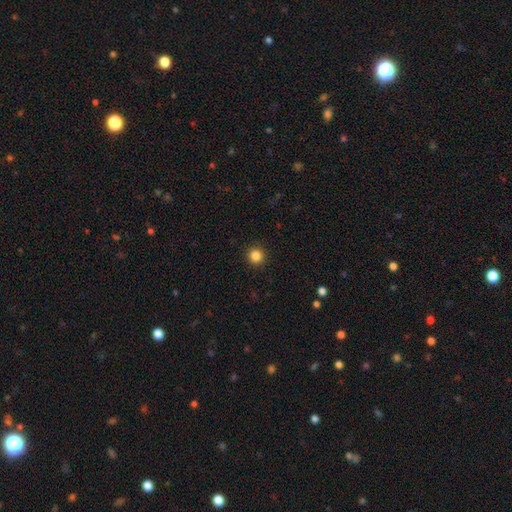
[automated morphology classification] A smooth galaxy with no disk features (85%) that is round (94%). Merging: none (92%).